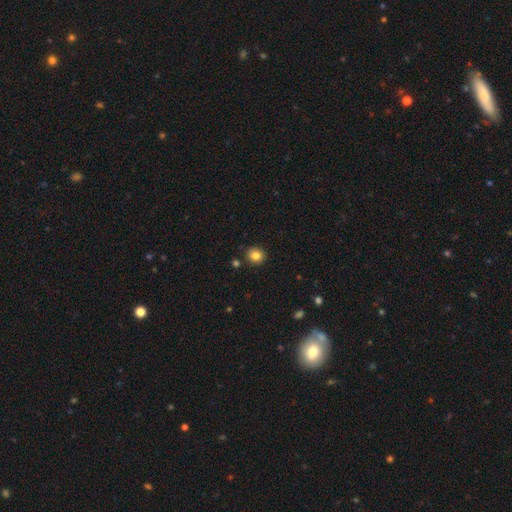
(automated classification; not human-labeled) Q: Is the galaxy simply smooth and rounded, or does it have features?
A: smooth — 83%.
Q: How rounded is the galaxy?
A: round — 86%.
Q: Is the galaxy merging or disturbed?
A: none — 88%.